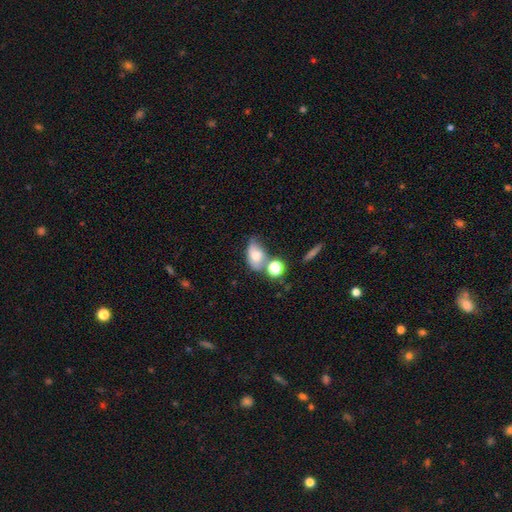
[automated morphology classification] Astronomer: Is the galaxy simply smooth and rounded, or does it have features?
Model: smooth — 67%.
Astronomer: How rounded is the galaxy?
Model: in between — 80%.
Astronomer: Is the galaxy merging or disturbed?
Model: none — 39% (runner-up: merger, 26%).